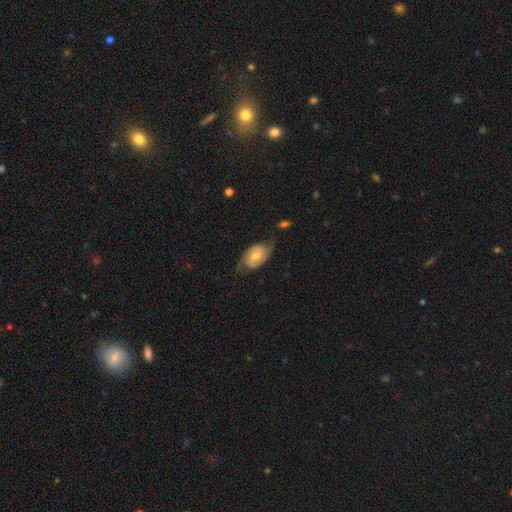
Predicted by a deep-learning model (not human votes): smooth_or_featured: featured or disk (p=0.70) [alt: smooth p=0.24]
disk_edge_on: no (p=0.96) [alt: yes p=0.04]
bar: no (p=0.51) [alt: weak p=0.41]
has_spiral_arms: yes (p=0.91) [alt: no p=0.09]
spiral_winding: medium (p=0.44) [alt: tight p=0.31]
spiral_arm_count: 2 (p=0.86) [alt: can't tell p=0.08]
bulge_size: moderate (p=0.61) [alt: small p=0.31]
merging: none (p=0.64) [alt: minor disturbance p=0.23]